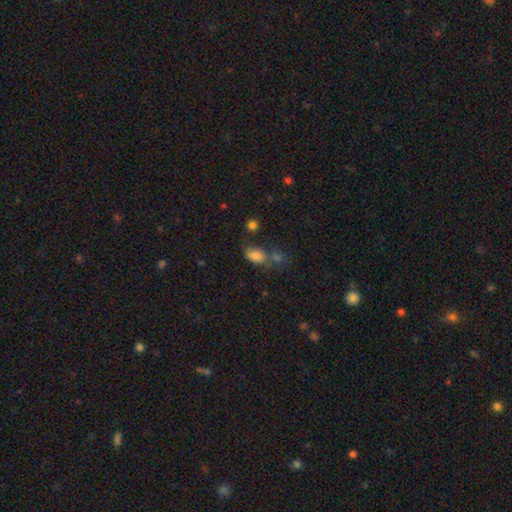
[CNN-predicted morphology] Smooth or featured? Predicted: smooth (p=0.79). How rounded? Predicted: in between (p=0.84). Merging? Predicted: none (p=0.46).